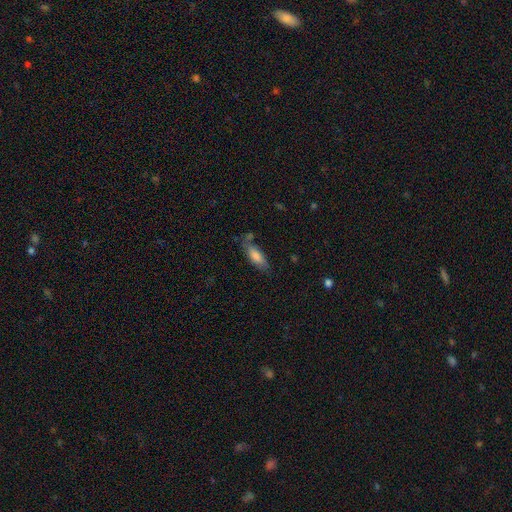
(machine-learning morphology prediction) Smooth or featured?
  - smooth: 80% *
  - featured or disk: 13%
  - star or artifact: 7%
How rounded?
  - in between: 64% *
  - cigar-shaped: 34%
  - round: 2%
Merging?
  - none: 61% *
  - minor disturbance: 23%
  - merger: 9%
  - major disturbance: 7%